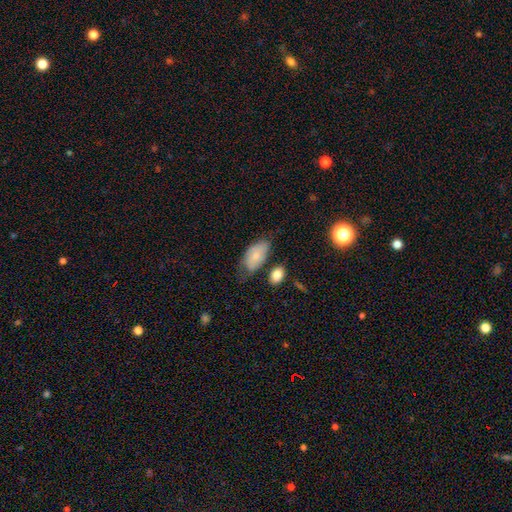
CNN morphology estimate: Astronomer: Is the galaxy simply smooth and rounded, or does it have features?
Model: smooth — 71%.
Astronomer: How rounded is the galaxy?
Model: in between — 93%.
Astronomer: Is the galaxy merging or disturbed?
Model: none — 49% (runner-up: minor disturbance, 32%).